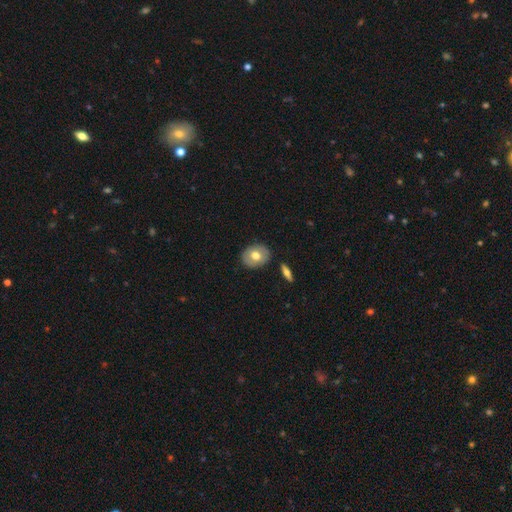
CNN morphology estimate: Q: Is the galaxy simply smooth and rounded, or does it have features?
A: smooth — 63%.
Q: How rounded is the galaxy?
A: in between — 55%.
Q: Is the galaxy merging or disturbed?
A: none — 84%.